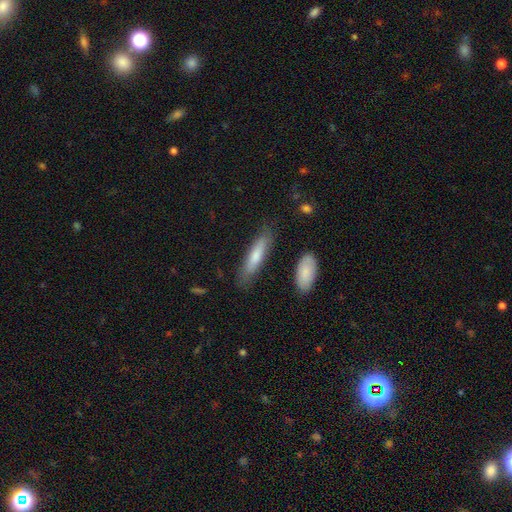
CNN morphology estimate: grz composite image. It shows a smooth galaxy with no disk features (68%) that is cigar-shaped (80%). Merging: none (82%).